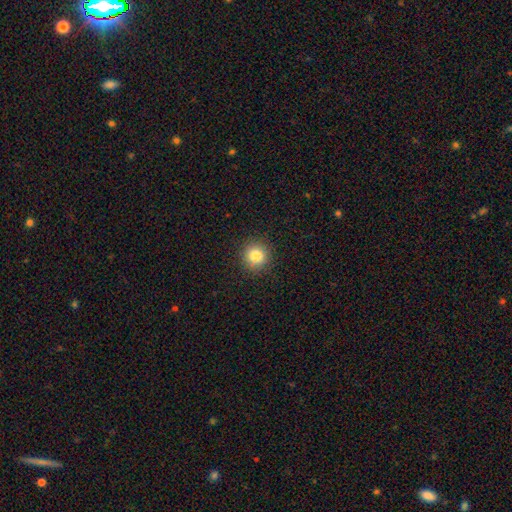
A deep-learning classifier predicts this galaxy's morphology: Smooth or featured? Predicted: smooth (p=0.84). How rounded? Predicted: round (p=0.92). Merging? Predicted: none (p=0.90).